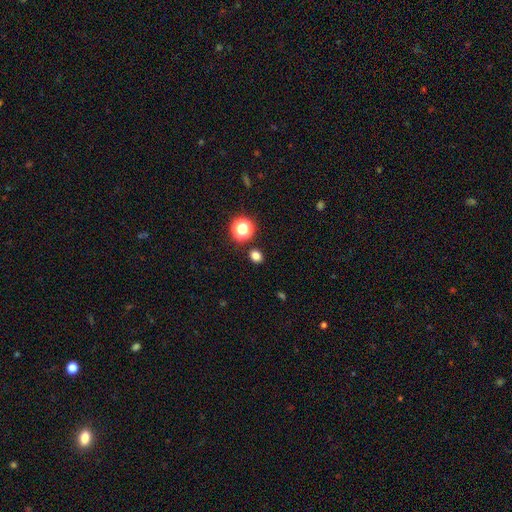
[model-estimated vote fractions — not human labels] A smooth galaxy with no disk features (77%) that is round (64%).

Vote fractions:
- Smooth or featured? smooth: 77% / star or artifact: 18% / featured or disk: 4%
- How rounded? round: 64% / in between: 35% / cigar-shaped: 1%
- Merging? none: 88% / minor disturbance: 7% / merger: 3% / major disturbance: 2%